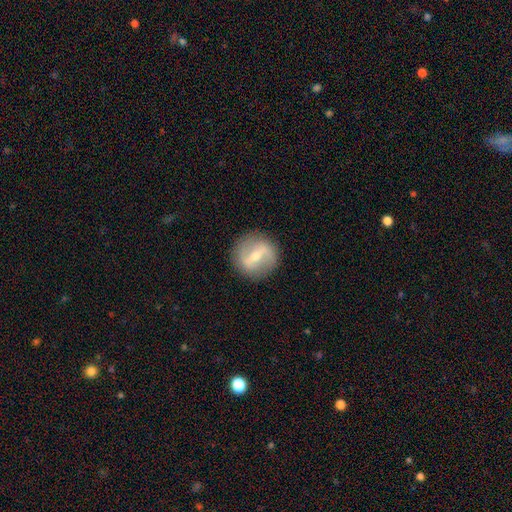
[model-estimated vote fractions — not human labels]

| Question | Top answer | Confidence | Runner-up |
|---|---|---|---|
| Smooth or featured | featured or disk | 67% | smooth (26%) |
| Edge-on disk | no | 91% | yes (9%) |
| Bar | strong | 57% | weak (33%) |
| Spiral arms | yes | 55% | no (45%) |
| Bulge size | moderate | 52% | small (42%) |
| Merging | none | 87% | minor disturbance (9%) |